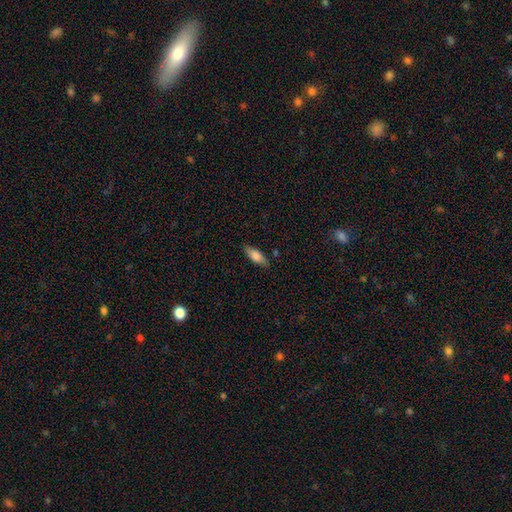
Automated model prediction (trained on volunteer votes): smooth 78%, featured or disk 15%, star or artifact 7%. Down the decision tree: how rounded — in between (70%); merging — none (83%).